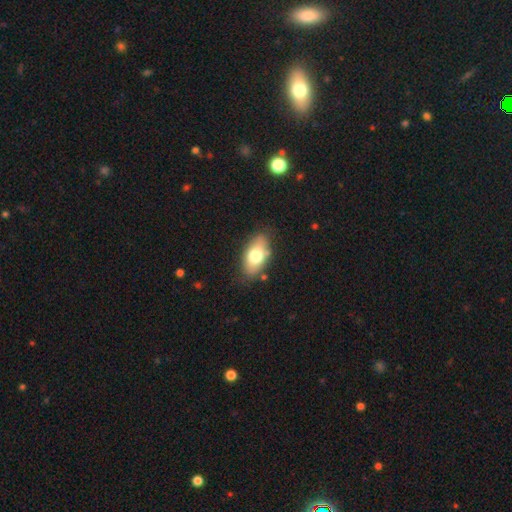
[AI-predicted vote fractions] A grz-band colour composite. It shows a smooth galaxy with no disk features (71%) that is in between round and cigar-shaped (90%). Merging: none (81%).